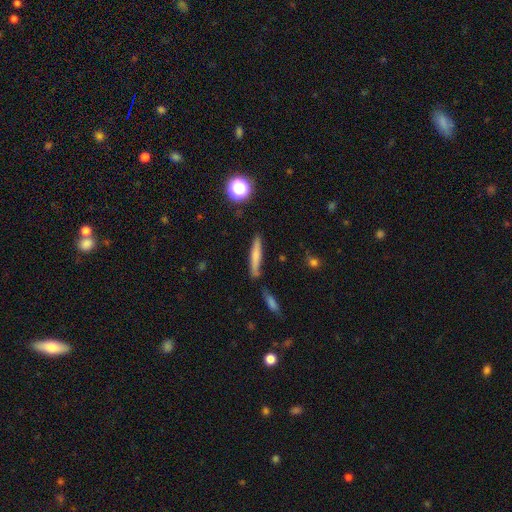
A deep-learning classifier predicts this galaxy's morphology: Smooth or featured: smooth — 66% (featured or disk — 25%)
How rounded: cigar-shaped — 90% (in between — 8%)
Merging: none — 76% (minor disturbance — 13%)